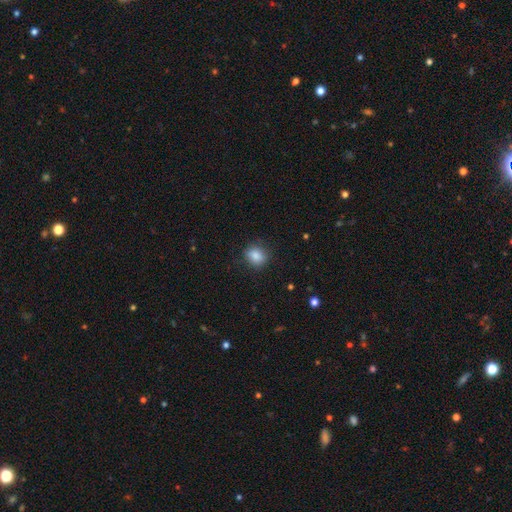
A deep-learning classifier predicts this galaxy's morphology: Smooth or featured? Predicted: smooth (p=0.85). How rounded? Predicted: round (p=0.63). Merging? Predicted: none (p=0.83).